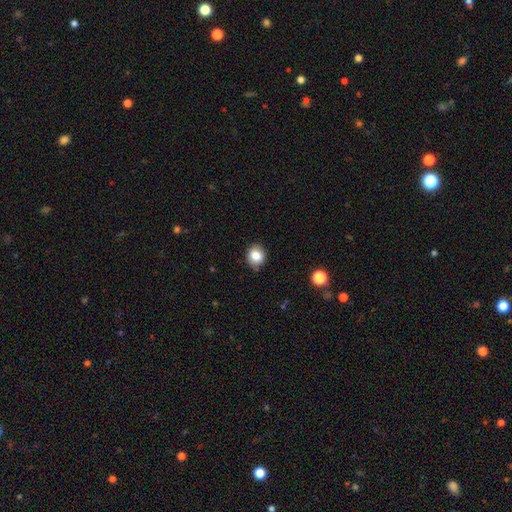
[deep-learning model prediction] Q: Smooth or featured?
A: smooth (82%); runner-up: star or artifact (10%)
Q: How rounded?
A: round (70%); runner-up: in between (29%)
Q: Merging?
A: none (85%); runner-up: minor disturbance (12%)